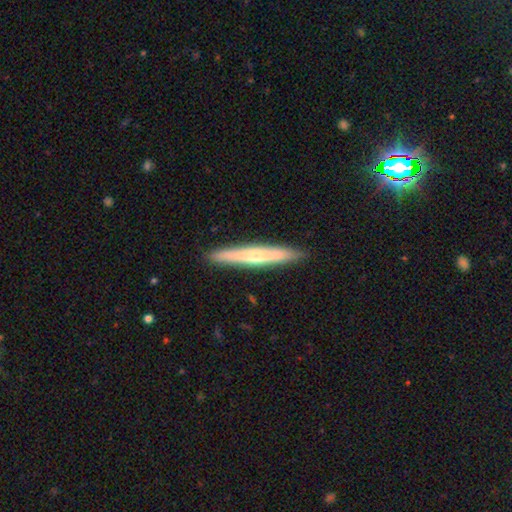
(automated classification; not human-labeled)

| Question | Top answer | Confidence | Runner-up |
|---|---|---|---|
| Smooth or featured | featured or disk | 48% | smooth (47%) |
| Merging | none | 91% | minor disturbance (7%) |